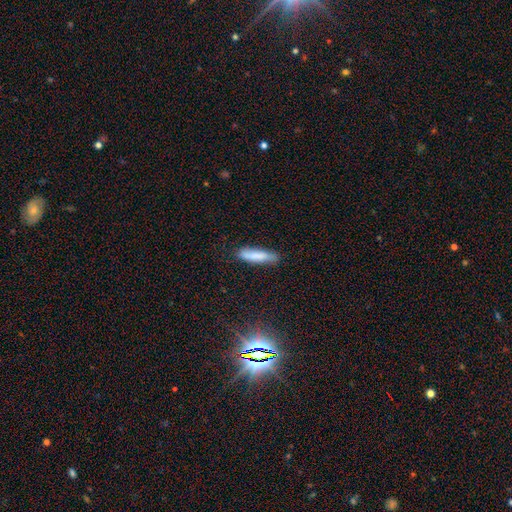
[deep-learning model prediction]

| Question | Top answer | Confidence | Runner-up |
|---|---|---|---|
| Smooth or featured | smooth | 80% | featured or disk (14%) |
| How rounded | cigar-shaped | 81% | in between (17%) |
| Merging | none | 81% | minor disturbance (15%) |